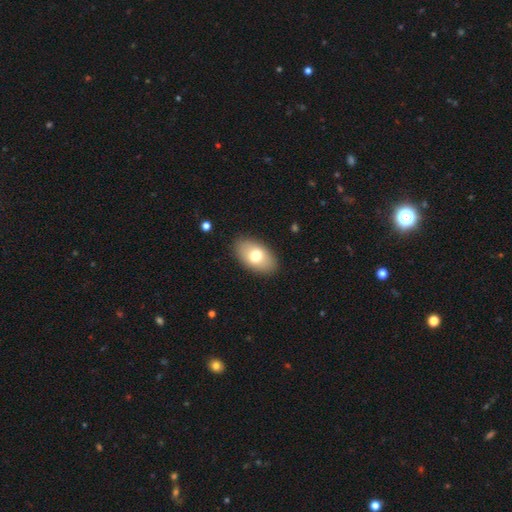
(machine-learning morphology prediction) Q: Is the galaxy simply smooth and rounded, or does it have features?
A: smooth — 73%.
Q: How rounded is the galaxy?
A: in between — 93%.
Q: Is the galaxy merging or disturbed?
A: none — 88%.